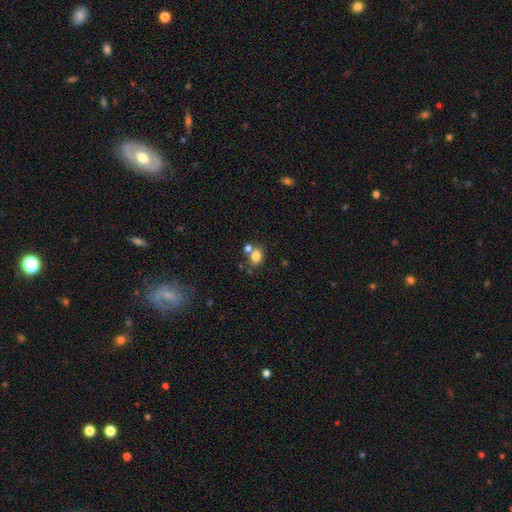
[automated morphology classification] type=smooth (80%); roundness=in between (58%); merging=none (55%).